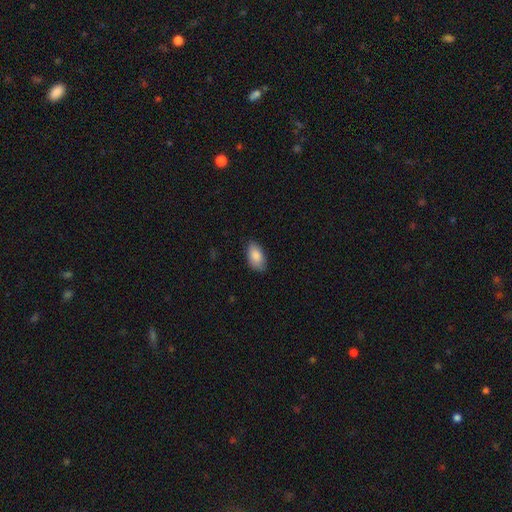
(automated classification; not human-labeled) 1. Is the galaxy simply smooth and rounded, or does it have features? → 87% smooth, 7% featured or disk, 6% star or artifact.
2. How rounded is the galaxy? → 94% in between, 4% round, 3% cigar-shaped.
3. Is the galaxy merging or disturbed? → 83% none, 14% minor disturbance, 3% major disturbance, 1% merger.